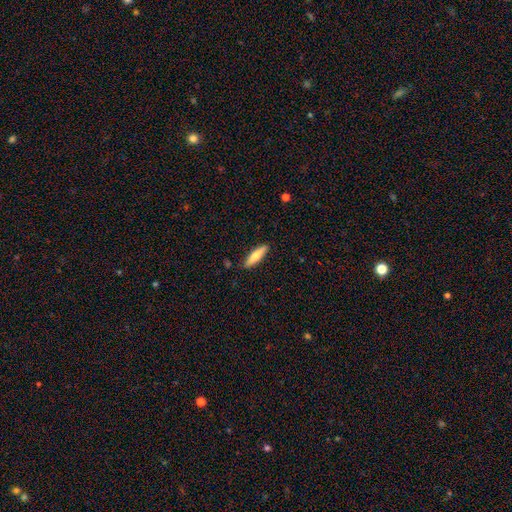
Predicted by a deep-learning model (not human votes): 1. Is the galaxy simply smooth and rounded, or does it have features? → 69% smooth, 25% featured or disk, 6% star or artifact.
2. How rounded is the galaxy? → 70% cigar-shaped, 28% in between, 2% round.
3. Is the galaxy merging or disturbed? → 87% none, 10% minor disturbance, 2% major disturbance, 2% merger.